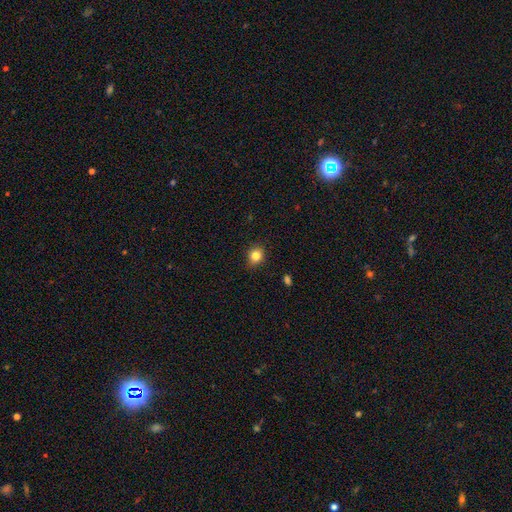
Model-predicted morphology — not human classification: Overall: smooth (83%). How rounded: round (71%). Merging: none (87%).